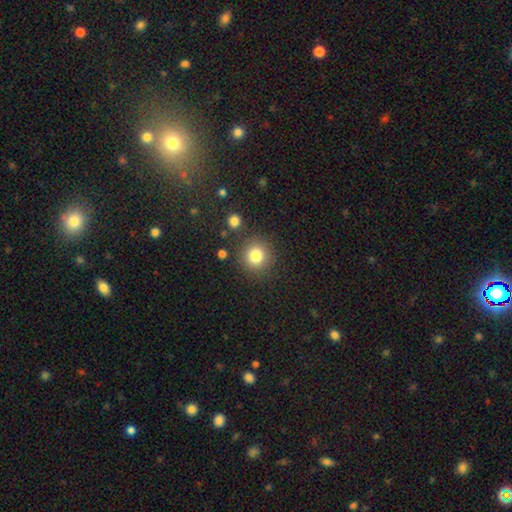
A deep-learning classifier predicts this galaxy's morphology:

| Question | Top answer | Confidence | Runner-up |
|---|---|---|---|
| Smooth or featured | smooth | 82% | star or artifact (12%) |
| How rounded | round | 93% | in between (7%) |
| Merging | none | 86% | minor disturbance (7%) |